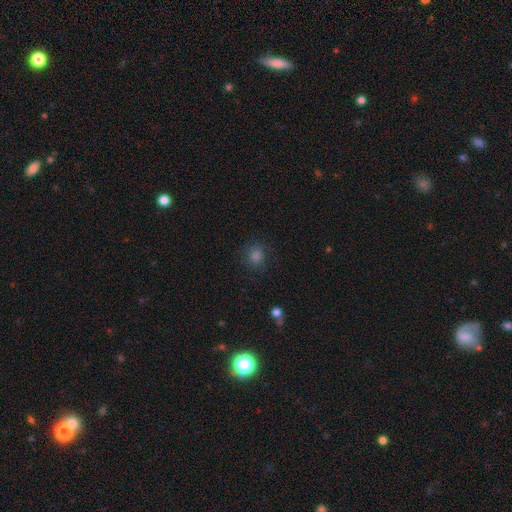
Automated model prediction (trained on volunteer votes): This is likely a smooth galaxy (72%). How rounded: clearly round (85%). Merging: clearly none (84%).